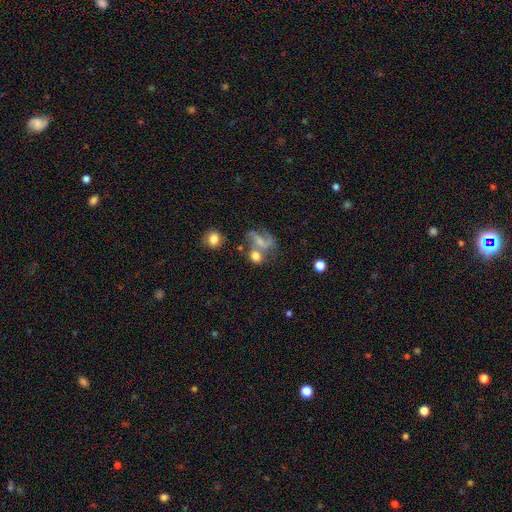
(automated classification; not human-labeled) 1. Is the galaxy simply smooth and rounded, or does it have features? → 49% smooth, 36% featured or disk, 15% star or artifact.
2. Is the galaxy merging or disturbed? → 36% merger, 33% none, 16% major disturbance, 14% minor disturbance.